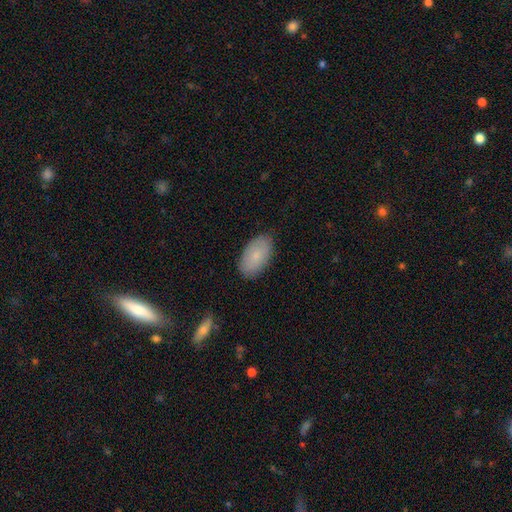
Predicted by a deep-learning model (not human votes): Smooth or featured? smooth (80%)
How rounded? in between (94%)
Merging? none (85%)